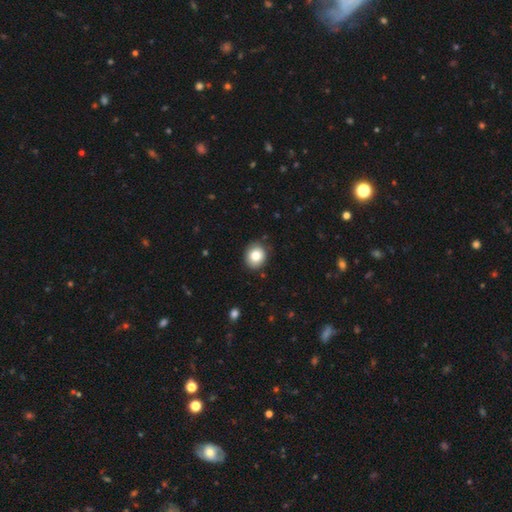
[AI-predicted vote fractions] Overall: smooth (81%). How rounded: round (64%; in between 35%). Merging: none (87%).